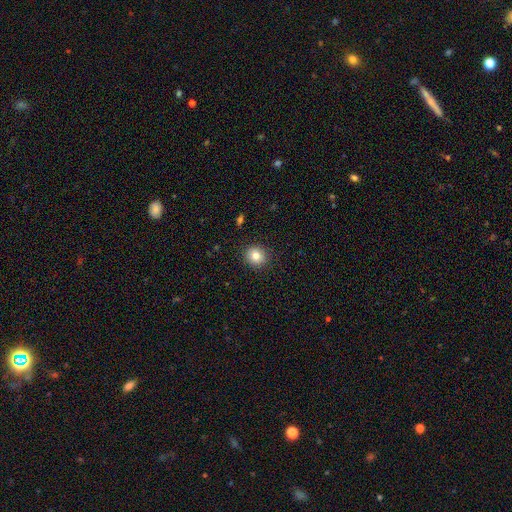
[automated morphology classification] A smooth galaxy with no disk features (81%) that is round (87%). Merging: none (91%).